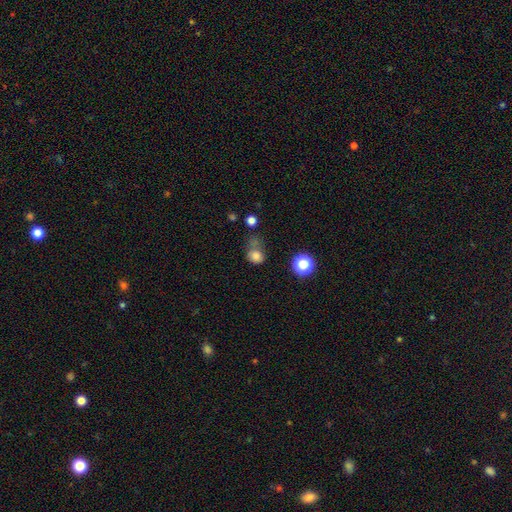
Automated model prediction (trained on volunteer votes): smooth-or-featured: smooth: 77% | star or artifact: 15% | featured or disk: 8%
  how-rounded: round: 68% | in between: 30% | cigar-shaped: 1%
  merging: none: 39% | minor disturbance: 24% | major disturbance: 19% | merger: 18%